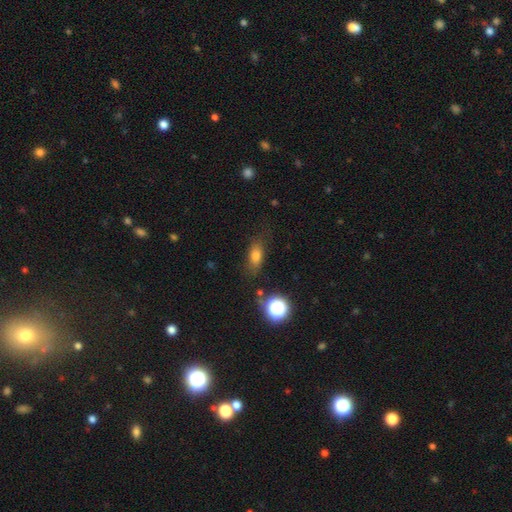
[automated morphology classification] smooth 71%, star or artifact 15%, featured or disk 14%. Down the decision tree: how rounded — in between (70%); merging — none (72%).